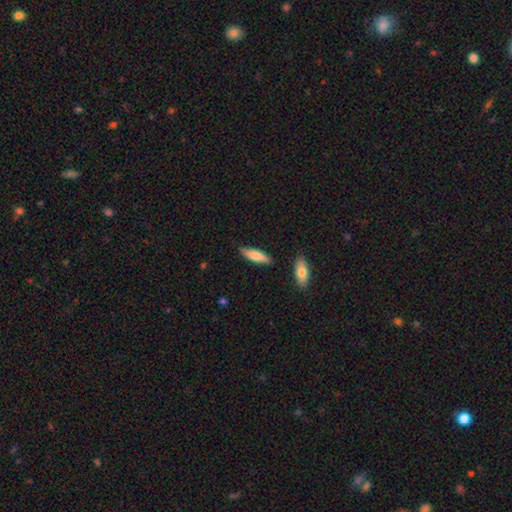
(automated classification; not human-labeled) Morphology: type=smooth (77%); roundness=cigar-shaped (60%); merging=none (83%).